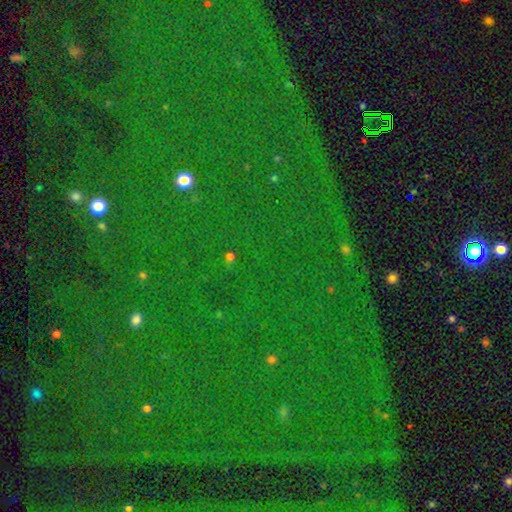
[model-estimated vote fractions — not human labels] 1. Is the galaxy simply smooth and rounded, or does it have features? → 84% star or artifact, 8% smooth, 8% featured or disk.